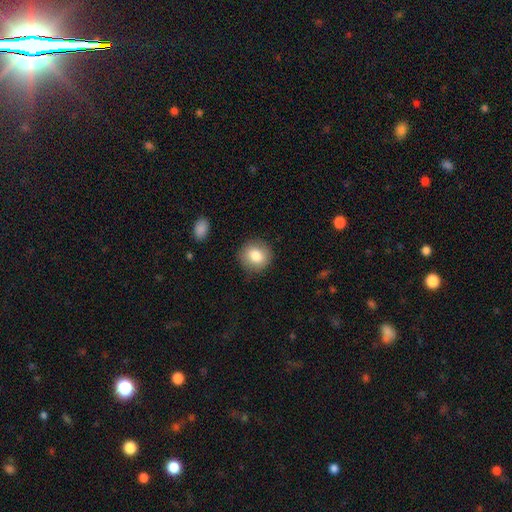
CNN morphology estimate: The model was most divided on "smooth or featured": smooth: 83%, featured or disk: 9%, star or artifact: 8%. More confident: merging — none (87%); how rounded — round (87%).